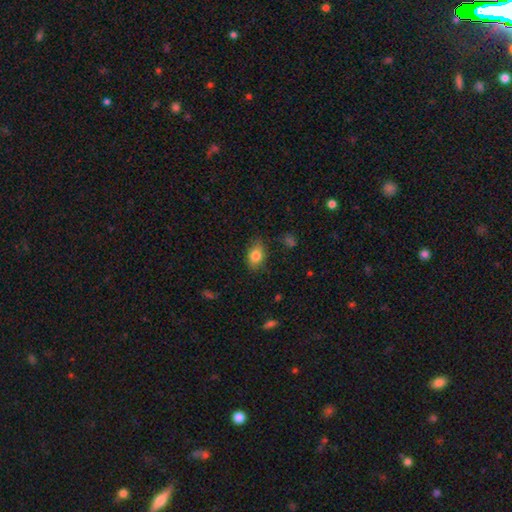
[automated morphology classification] This is clearly a smooth galaxy (82%). How rounded: clearly in between (82%). Merging: likely none (77%).